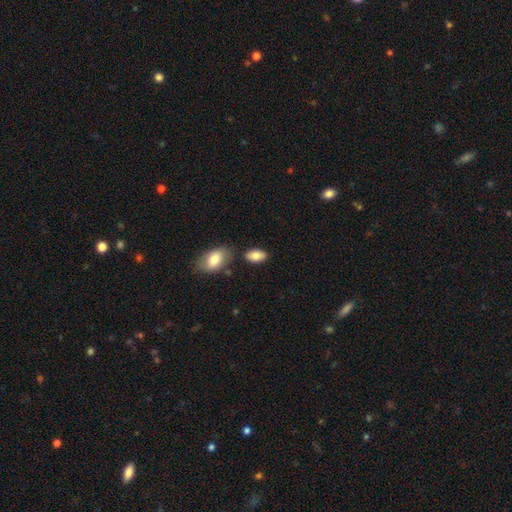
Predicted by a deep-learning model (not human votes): smooth-or-featured: smooth: 85% | featured or disk: 8% | star or artifact: 7%
  how-rounded: in between: 93% | round: 5% | cigar-shaped: 2%
  merging: none: 75% | minor disturbance: 13% | merger: 8% | major disturbance: 3%